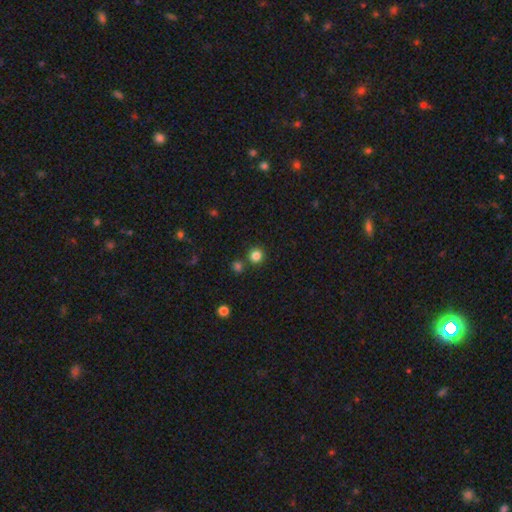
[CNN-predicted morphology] Smooth or featured? Predicted: smooth (p=0.83). How rounded? Predicted: round (p=0.92). Merging? Predicted: none (p=0.82).